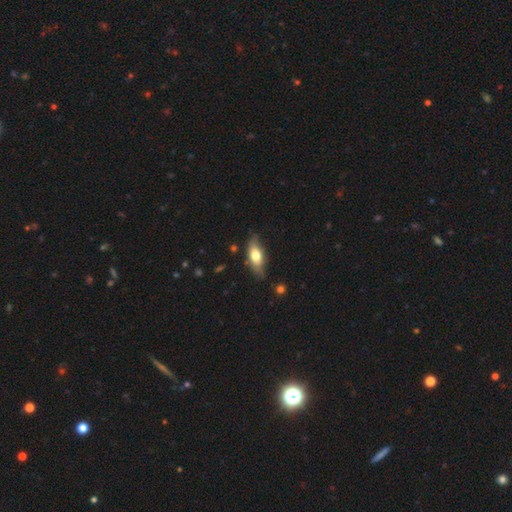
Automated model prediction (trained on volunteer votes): Smooth or featured? Predicted: smooth (p=0.59). How rounded? Predicted: in between (p=0.75). Merging? Predicted: none (p=0.70).